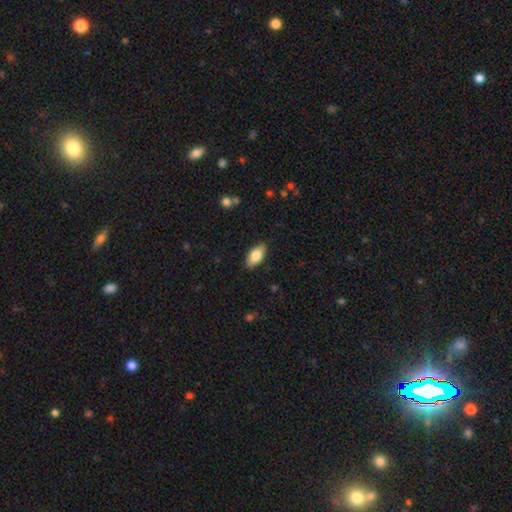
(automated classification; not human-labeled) Smooth or featured?
  - smooth: 78% *
  - featured or disk: 15%
  - star or artifact: 6%
How rounded?
  - in between: 89% *
  - cigar-shaped: 8%
  - round: 3%
Merging?
  - none: 87% *
  - minor disturbance: 10%
  - major disturbance: 2%
  - merger: 1%